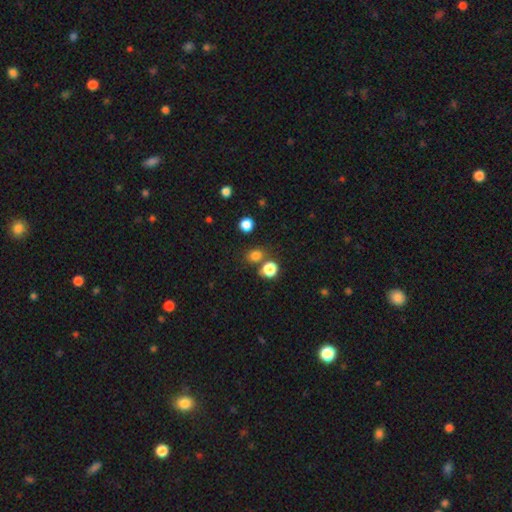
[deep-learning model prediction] A smooth galaxy with no disk features (79%) that is round (74%). Merging: none (70%).